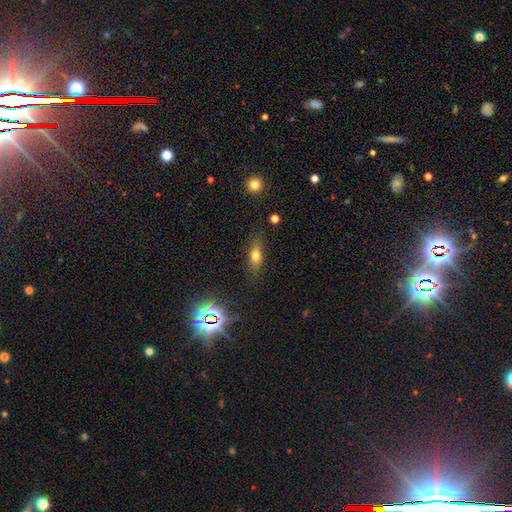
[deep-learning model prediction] The model was most divided on "how rounded": in between: 62%, cigar-shaped: 29%, round: 9%. More confident: merging — none (81%); smooth or featured — smooth (64%).